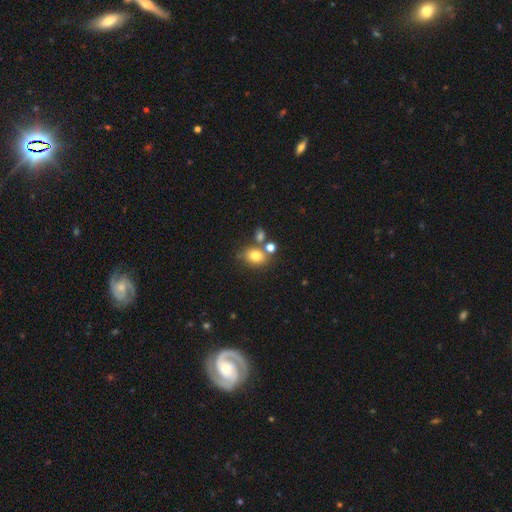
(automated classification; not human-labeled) This is likely a smooth galaxy (78%). How rounded: possibly in between (57%). Merging: possibly none (58%).